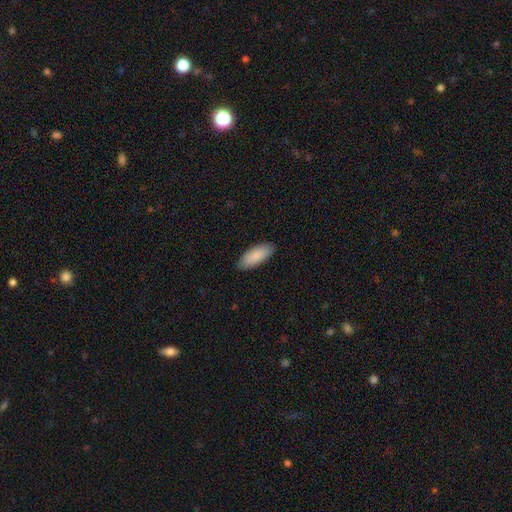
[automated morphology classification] A smooth galaxy with no disk features (89%) that is in between round and cigar-shaped (81%). Merging: none (87%).